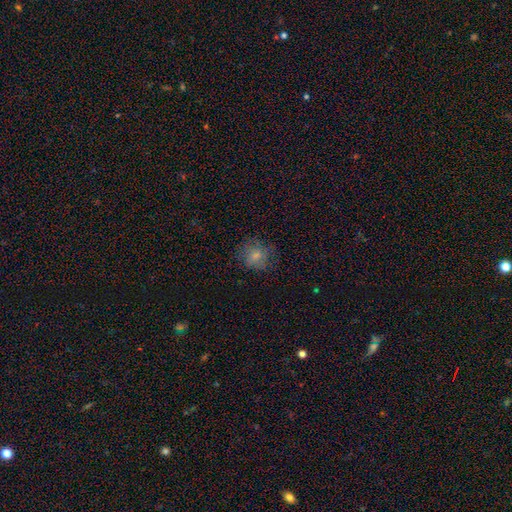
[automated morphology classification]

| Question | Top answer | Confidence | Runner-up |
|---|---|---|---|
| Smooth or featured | smooth | 76% | featured or disk (13%) |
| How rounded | round | 77% | in between (22%) |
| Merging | none | 73% | minor disturbance (18%) |